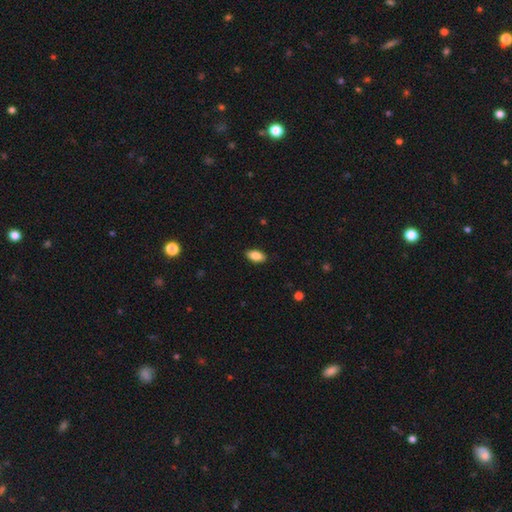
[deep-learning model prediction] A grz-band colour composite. It shows a smooth galaxy with no disk features (84%) that is in between round and cigar-shaped (91%). Merging: none (89%).